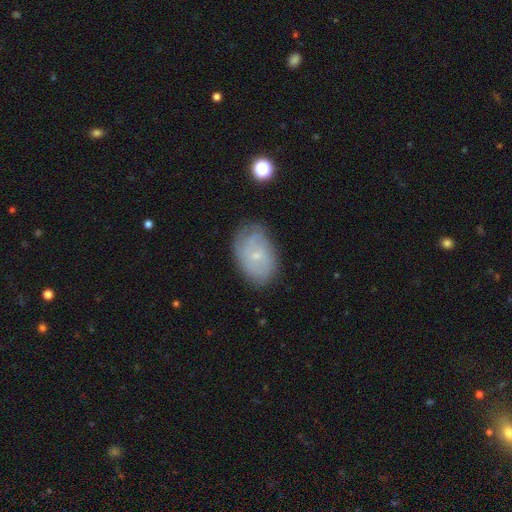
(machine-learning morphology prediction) featured or disk 56%, smooth 35%, star or artifact 9%. Down the decision tree: edge-on disk — no (96%); bar — no (74%); spiral arms — yes (77%); bulge size — small (81%); merging — none (69%).